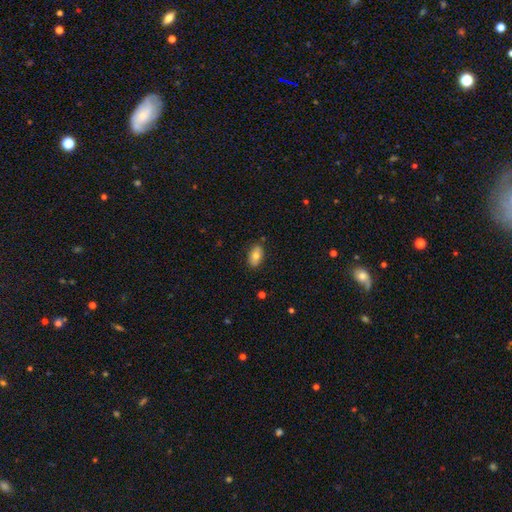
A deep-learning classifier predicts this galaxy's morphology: This is likely a smooth galaxy (76%). How rounded: clearly in between (91%). Merging: clearly none (84%).